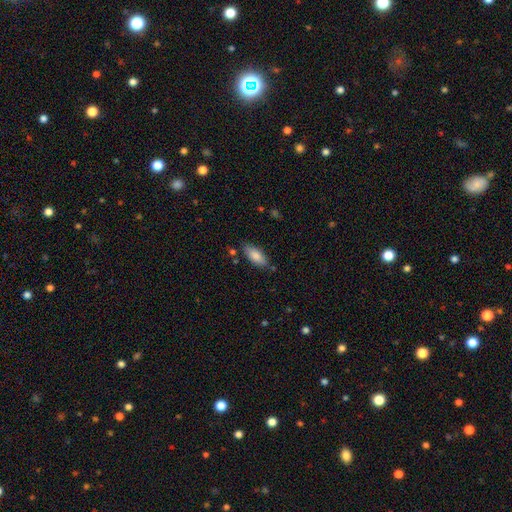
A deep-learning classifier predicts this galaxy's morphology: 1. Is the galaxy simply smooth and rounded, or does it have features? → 83% smooth, 10% featured or disk, 6% star or artifact.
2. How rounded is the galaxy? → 80% in between, 18% cigar-shaped, 2% round.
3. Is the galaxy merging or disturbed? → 78% none, 15% minor disturbance, 4% merger, 3% major disturbance.